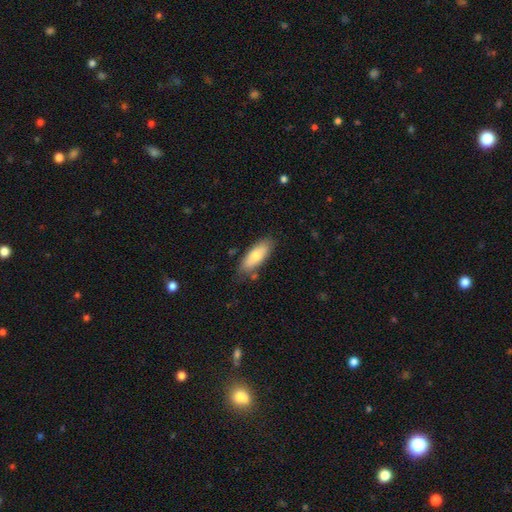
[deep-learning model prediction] smooth_or_featured: smooth (p=0.75) [alt: featured or disk p=0.19]
how_rounded: in between (p=0.73) [alt: cigar-shaped p=0.24]
merging: none (p=0.75) [alt: minor disturbance p=0.18]